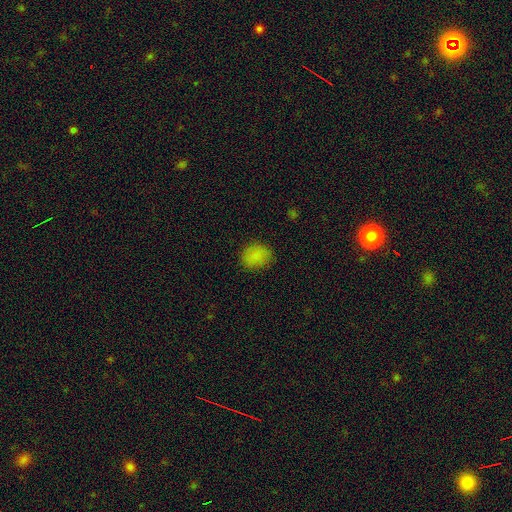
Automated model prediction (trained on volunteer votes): smooth 83%, star or artifact 12%, featured or disk 4%. Down the decision tree: how rounded — round (56%); merging — none (83%).